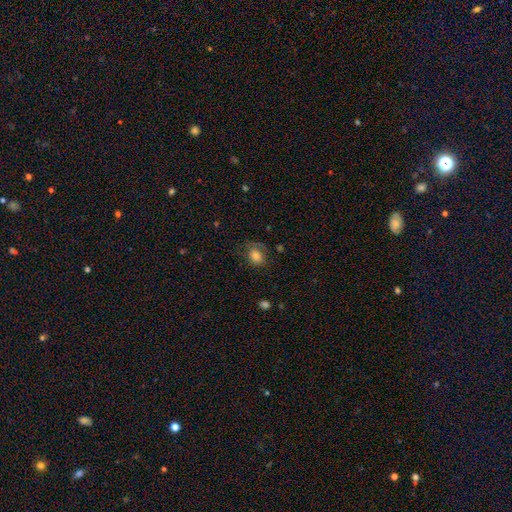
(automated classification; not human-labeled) Morphology: type=smooth (74%); roundness=round (55%); merging=none (57%).